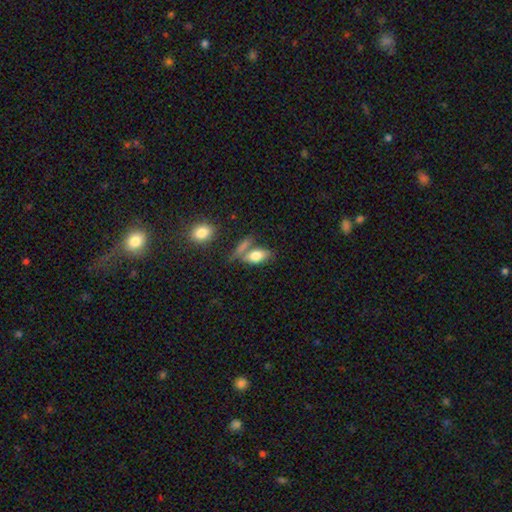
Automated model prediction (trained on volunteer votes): A smooth galaxy with no disk features (77%) that is in between round and cigar-shaped (84%).

Vote fractions:
- Smooth or featured? smooth: 77% / featured or disk: 15% / star or artifact: 8%
- How rounded? in between: 84% / cigar-shaped: 11% / round: 5%
- Merging? none: 45% / merger: 33% / minor disturbance: 14% / major disturbance: 7%